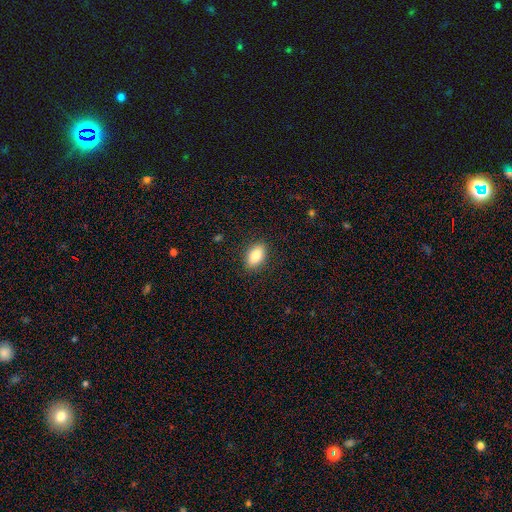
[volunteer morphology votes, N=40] Volunteers were most divided on "merging": none: 86%, minor disturbance: 14%, major disturbance: 0%, merger: 0%. More confident: how rounded — in between (97%); smooth or featured — smooth (82%).